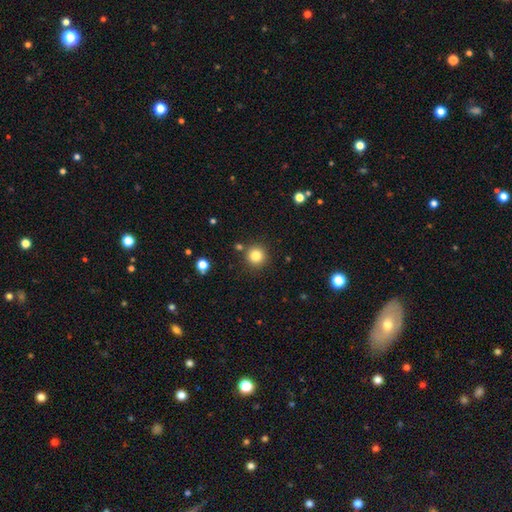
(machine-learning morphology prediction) Smooth or featured?
  - smooth: 82% *
  - star or artifact: 12%
  - featured or disk: 6%
How rounded?
  - round: 95% *
  - in between: 4%
  - cigar-shaped: 1%
Merging?
  - none: 87% *
  - minor disturbance: 6%
  - merger: 5%
  - major disturbance: 2%